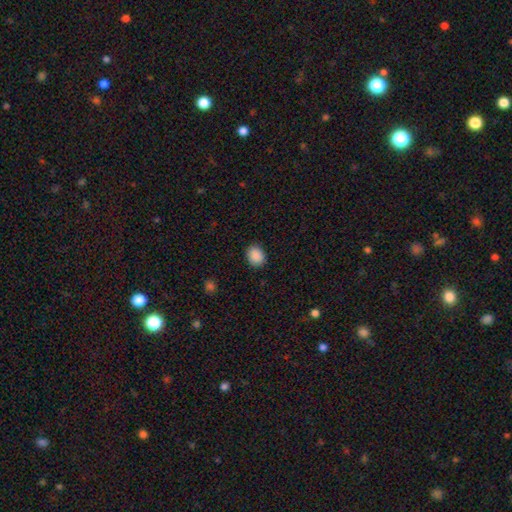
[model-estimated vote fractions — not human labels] smooth 89%, star or artifact 8%, featured or disk 3%. Down the decision tree: how rounded — round (54%); merging — none (89%).